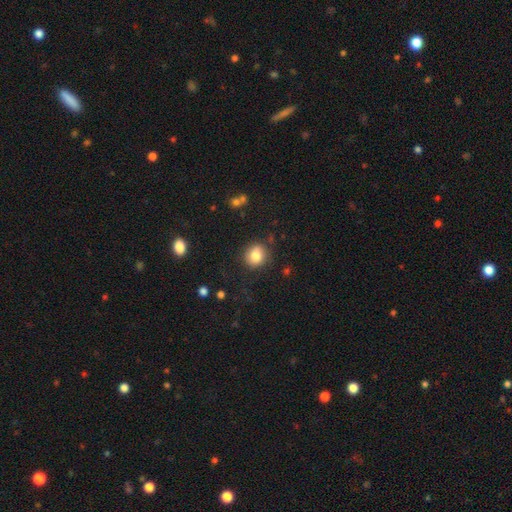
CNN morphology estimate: This is clearly a smooth galaxy (81%). How rounded: clearly round (81%). Merging: clearly none (83%).